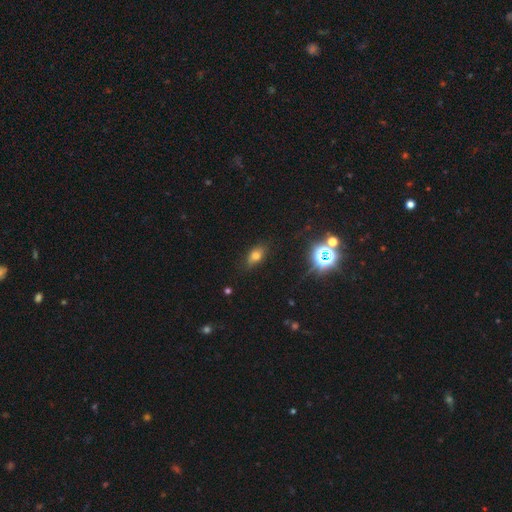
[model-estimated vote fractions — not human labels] This appears to be a smooth galaxy with no disk features (67%) that is in between round and cigar-shaped (80%). Merging: none (78%).